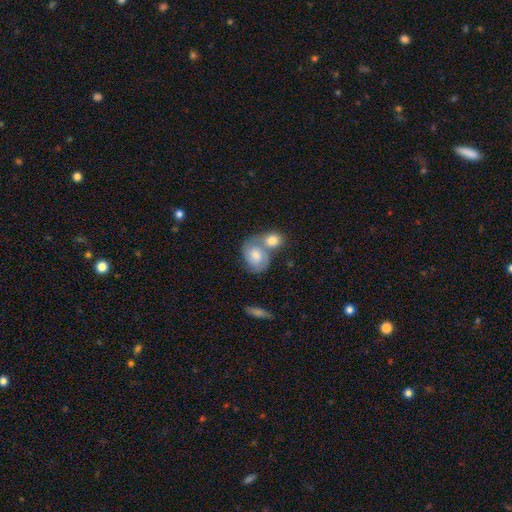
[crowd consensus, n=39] Morphology: type=featured or disk (64%); edge-on=no (92%); bar=no (70%); spiral arms=yes (61%); winding=tight (43%, tied with medium); arm count=2 (50%, tied with can't tell); bulge=moderate (61%); merging=merger (74%).